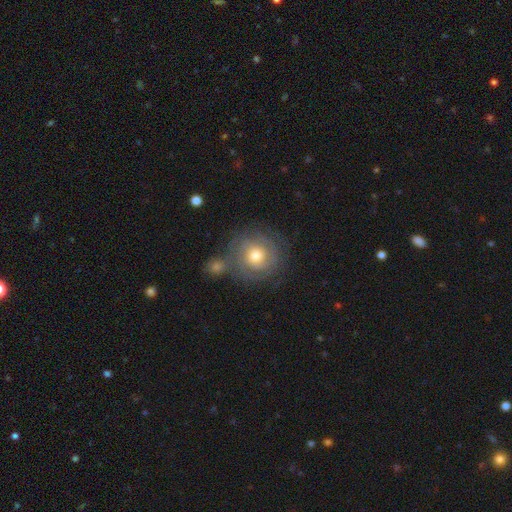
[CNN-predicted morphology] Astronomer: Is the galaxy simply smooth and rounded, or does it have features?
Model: featured or disk — 59%.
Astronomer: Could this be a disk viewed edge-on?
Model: no — 97%.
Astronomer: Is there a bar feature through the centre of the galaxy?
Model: no — 83%.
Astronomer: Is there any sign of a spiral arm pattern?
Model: yes — 79%.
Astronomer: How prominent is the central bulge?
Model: moderate — 72%.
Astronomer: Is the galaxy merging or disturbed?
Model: none — 61%.